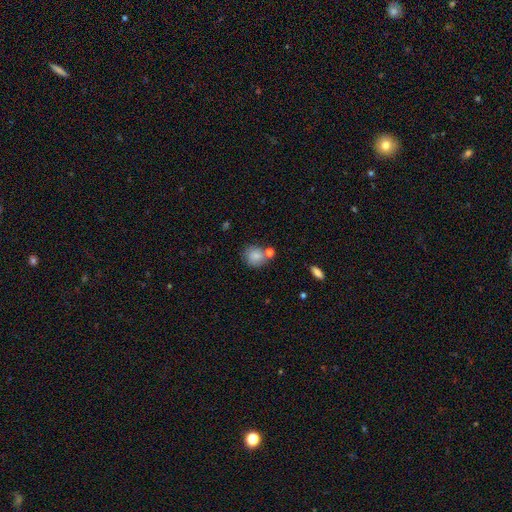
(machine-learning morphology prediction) type=smooth (83%); roundness=round (81%); merging=none (65%).